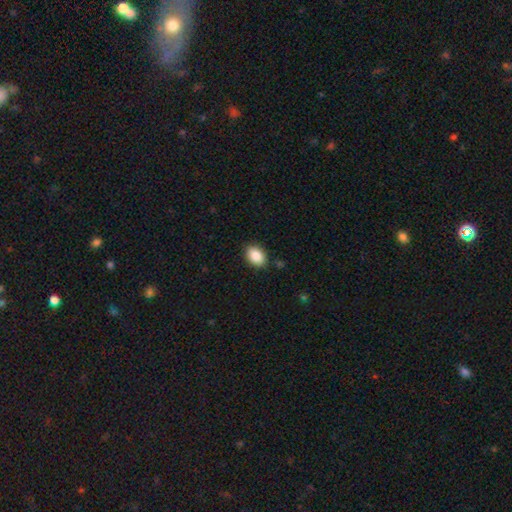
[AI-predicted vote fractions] Smooth or featured? Predicted: smooth (p=0.88). How rounded? Predicted: in between (p=0.83). Merging? Predicted: none (p=0.86).